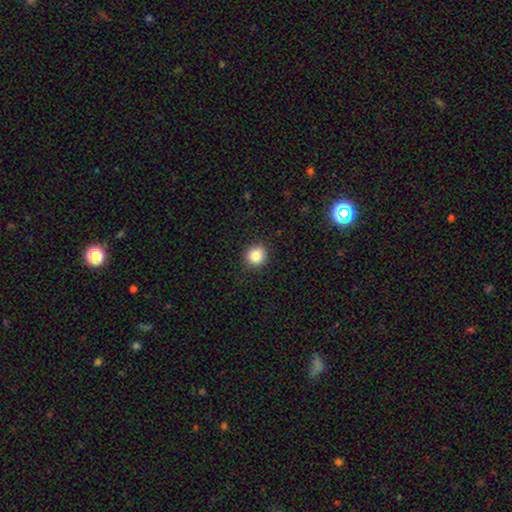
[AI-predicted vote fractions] Smooth or featured? Predicted: smooth (p=0.85). How rounded? Predicted: round (p=0.90). Merging? Predicted: none (p=0.90).